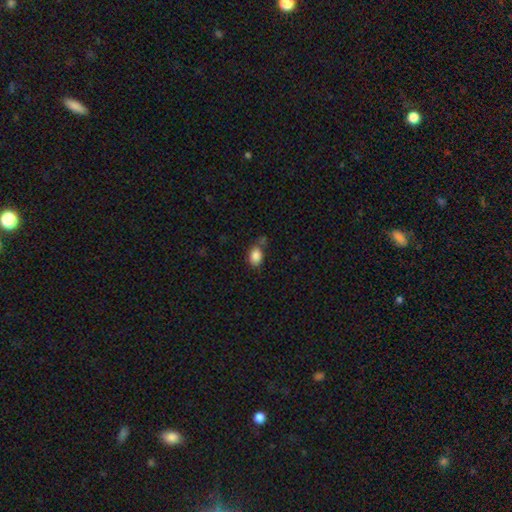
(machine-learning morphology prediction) Overall: smooth (87%). How rounded: in between (79%). Merging: none (60%).